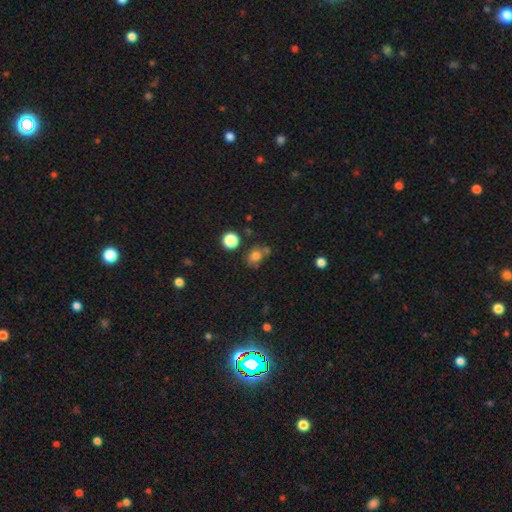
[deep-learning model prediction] Morphology: type=smooth (77%); roundness=round (58%); merging=none (59%).